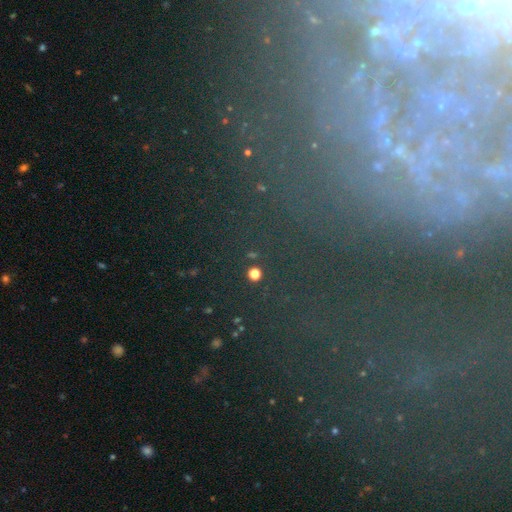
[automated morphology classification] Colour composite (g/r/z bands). It shows a featured or disk galaxy (49%). Merging: none (66%).